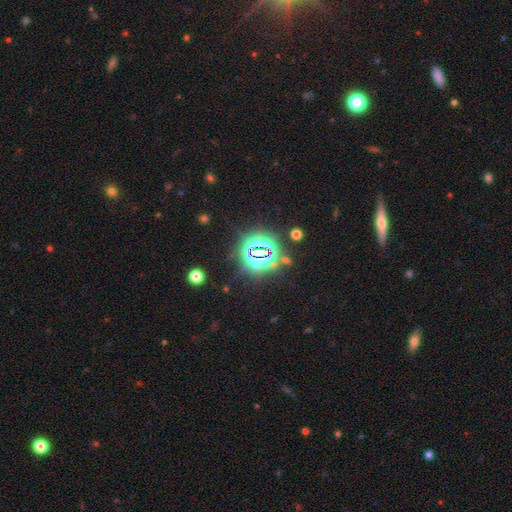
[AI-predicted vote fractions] Smooth or featured?
  - star or artifact: 80% *
  - smooth: 11%
  - featured or disk: 9%